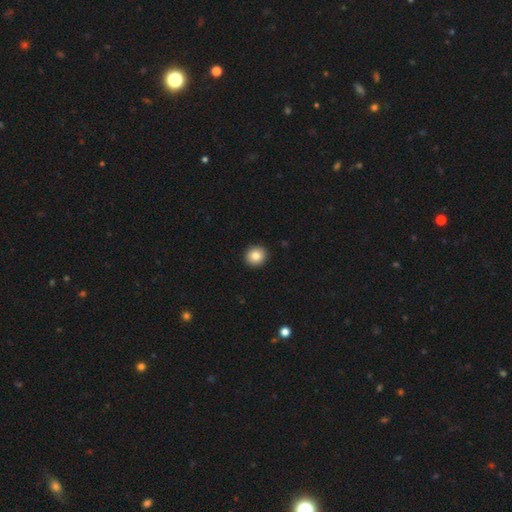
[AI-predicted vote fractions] Morphology: type=smooth (84%); roundness=round (89%); merging=none (93%).